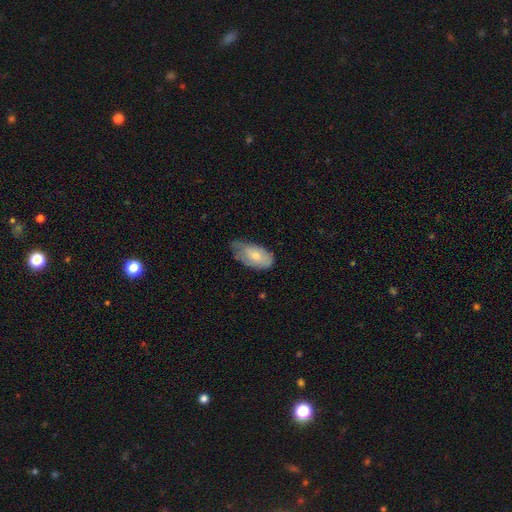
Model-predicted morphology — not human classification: smooth 69%, featured or disk 26%, star or artifact 6%. Down the decision tree: how rounded — in between (93%); merging — minor disturbance (45%).